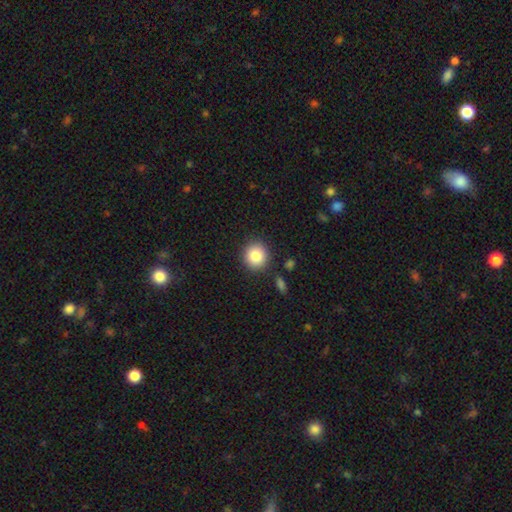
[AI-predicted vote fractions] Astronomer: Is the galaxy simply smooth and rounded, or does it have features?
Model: smooth — 83%.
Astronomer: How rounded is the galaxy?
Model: round — 89%.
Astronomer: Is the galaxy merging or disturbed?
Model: none — 87%.